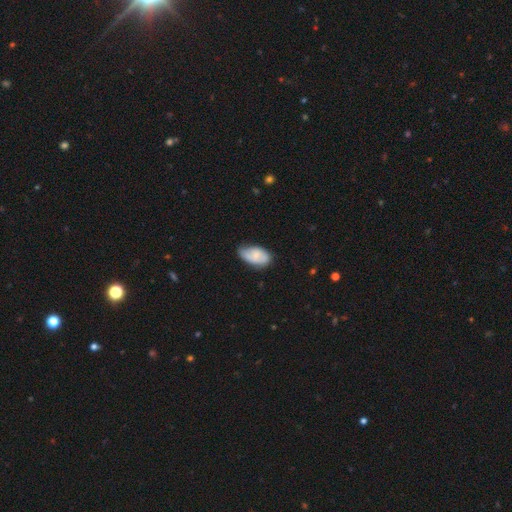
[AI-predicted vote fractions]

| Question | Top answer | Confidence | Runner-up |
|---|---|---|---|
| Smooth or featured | smooth | 66% | featured or disk (27%) |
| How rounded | in between | 94% | round (4%) |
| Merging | none | 57% | minor disturbance (35%) |